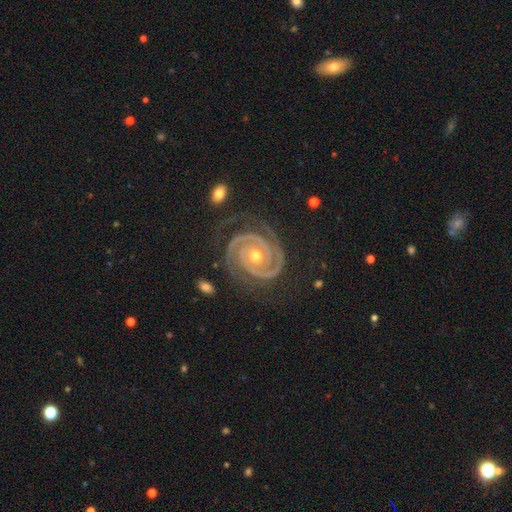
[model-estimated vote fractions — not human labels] featured or disk 94%, star or artifact 4%, smooth 2%. Down the decision tree: edge-on disk — no (98%); bar — no (69%); spiral arms — yes (99%); spiral arm count — 2 (89%); spiral winding — tight (83%); bulge size — moderate (59%); merging — none (81%).